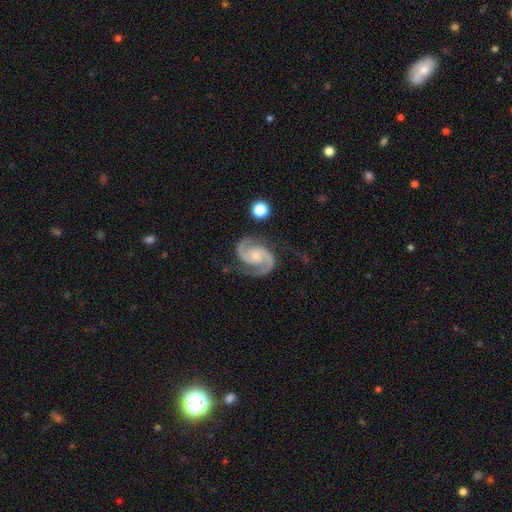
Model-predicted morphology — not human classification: featured or disk 93%, star or artifact 4%, smooth 3%. Down the decision tree: edge-on disk — no (98%); bar — no (65%); spiral arms — yes (99%); spiral arm count — 2 (94%); spiral winding — medium (57%); bulge size — small (62%); merging — none (78%).